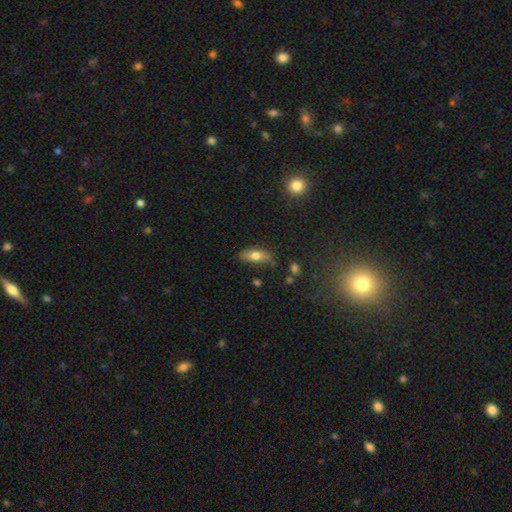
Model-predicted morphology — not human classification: smooth-or-featured: smooth: 68% | featured or disk: 24% | star or artifact: 8%
  how-rounded: in between: 68% | cigar-shaped: 29% | round: 4%
  merging: none: 77% | minor disturbance: 17% | major disturbance: 4% | merger: 2%